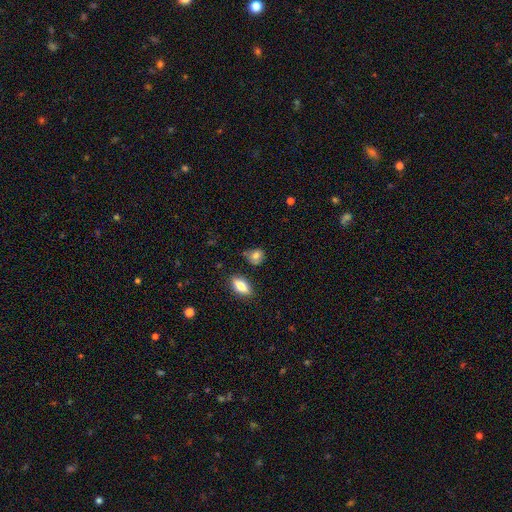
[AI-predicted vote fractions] Smooth or featured: smooth — 76% (featured or disk — 13%)
How rounded: round — 61% (in between — 37%)
Merging: none — 64% (minor disturbance — 24%)